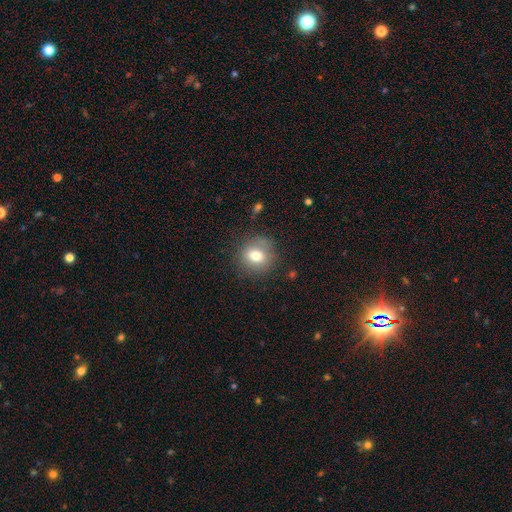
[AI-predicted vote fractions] A smooth galaxy with no disk features (75%) that is round (83%).

Vote fractions:
- Smooth or featured? smooth: 75% / featured or disk: 14% / star or artifact: 11%
- How rounded? round: 83% / in between: 16% / cigar-shaped: 1%
- Merging? none: 80% / minor disturbance: 14% / major disturbance: 5% / merger: 2%